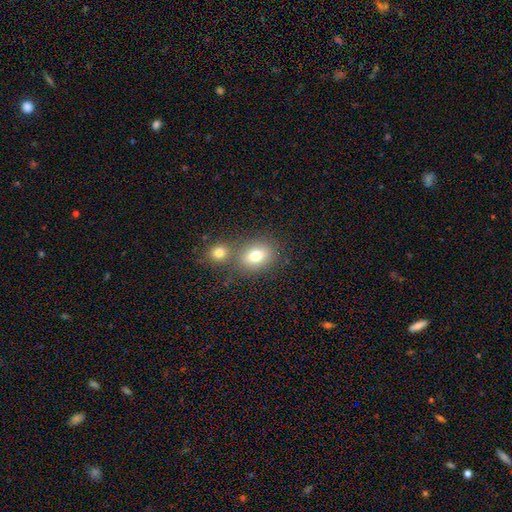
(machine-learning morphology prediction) This appears to be a smooth galaxy with no disk features (77%) that is in between round and cigar-shaped (64%). Merging: none (57%).